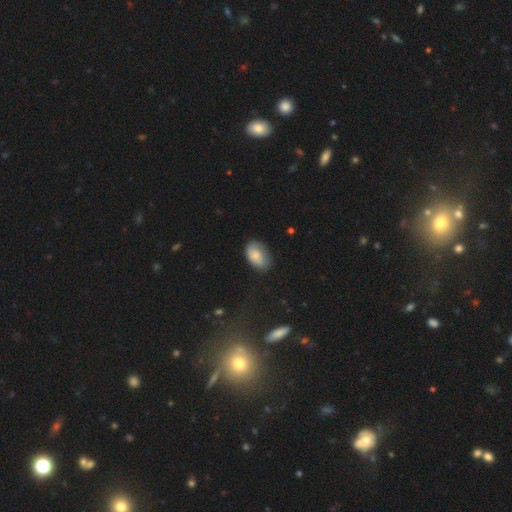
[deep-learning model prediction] smooth 79%, featured or disk 14%, star or artifact 7%. Down the decision tree: how rounded — in between (90%); merging — none (68%).